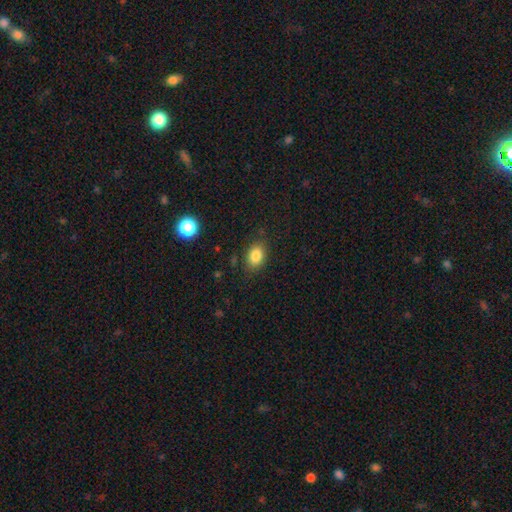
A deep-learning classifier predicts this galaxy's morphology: Smooth or featured: smooth — 83% (star or artifact — 10%)
How rounded: in between — 76% (round — 23%)
Merging: none — 83% (minor disturbance — 12%)